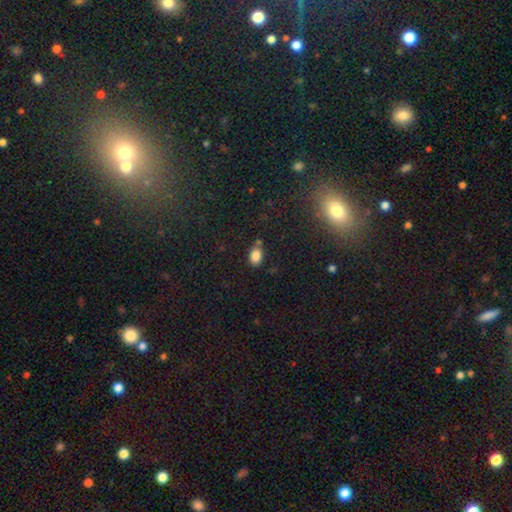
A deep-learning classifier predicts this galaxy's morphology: type=smooth (83%); roundness=in between (80%); merging=none (70%).